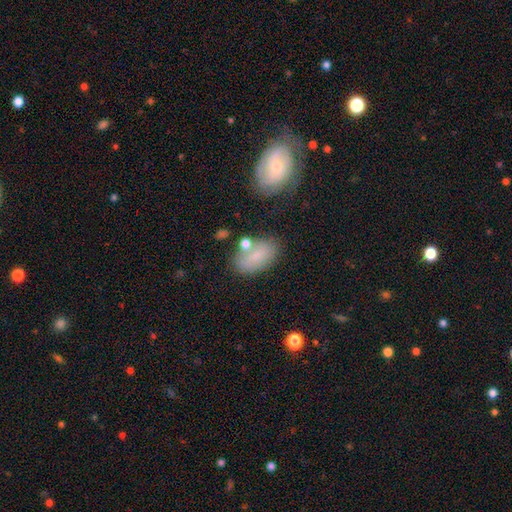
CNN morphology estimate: This appears to be a smooth galaxy with no disk features (76%) that is in between round and cigar-shaped (91%). Merging: none (65%).